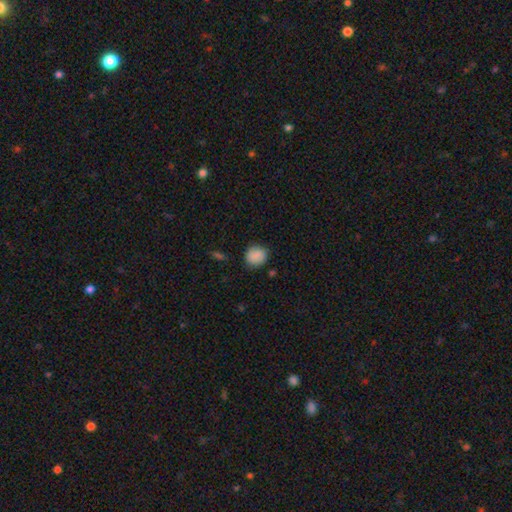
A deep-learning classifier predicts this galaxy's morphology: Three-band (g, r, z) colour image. It shows a smooth galaxy with no disk features (87%) that is round (77%). Merging: none (83%).